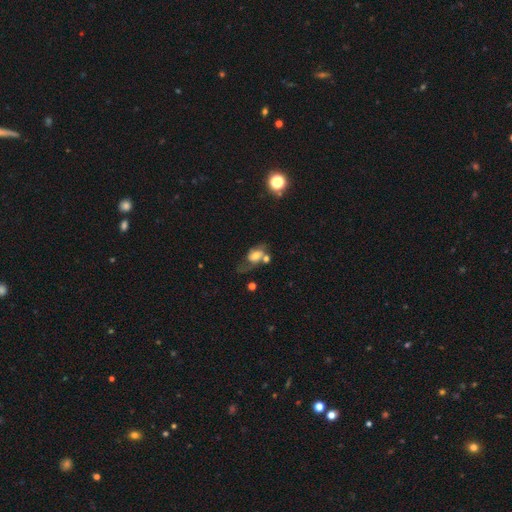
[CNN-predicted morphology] This appears to be a featured or disk galaxy (45%). Merging: none (29%).